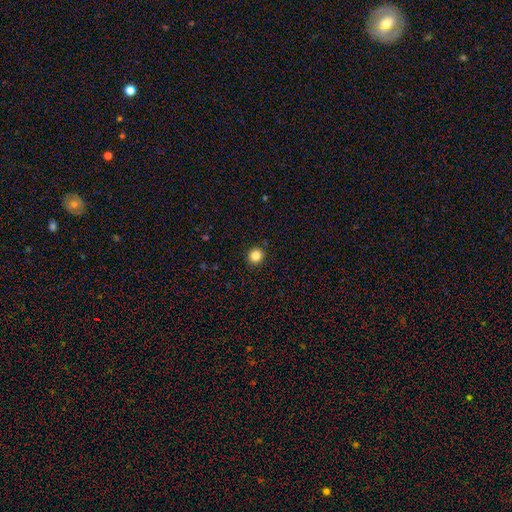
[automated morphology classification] A smooth galaxy with no disk features (85%) that is round (92%).

Vote fractions:
- Smooth or featured? smooth: 85% / star or artifact: 11% / featured or disk: 4%
- How rounded? round: 92% / in between: 7% / cigar-shaped: 1%
- Merging? none: 92% / minor disturbance: 5% / major disturbance: 2% / merger: 1%